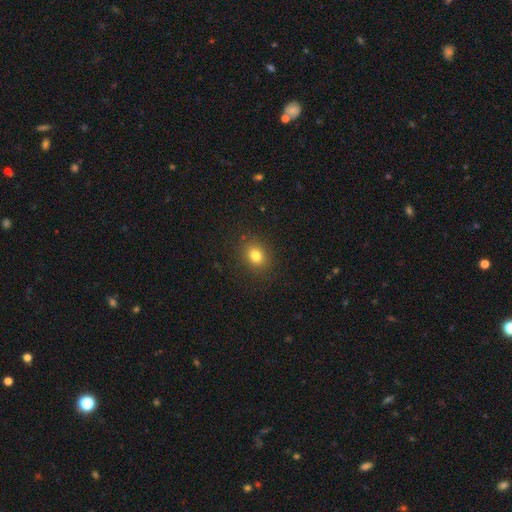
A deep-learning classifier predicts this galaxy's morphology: Smooth or featured?
  - smooth: 80% *
  - star or artifact: 13%
  - featured or disk: 7%
How rounded?
  - round: 56% *
  - in between: 43%
  - cigar-shaped: 1%
Merging?
  - none: 88% *
  - minor disturbance: 8%
  - major disturbance: 3%
  - merger: 1%